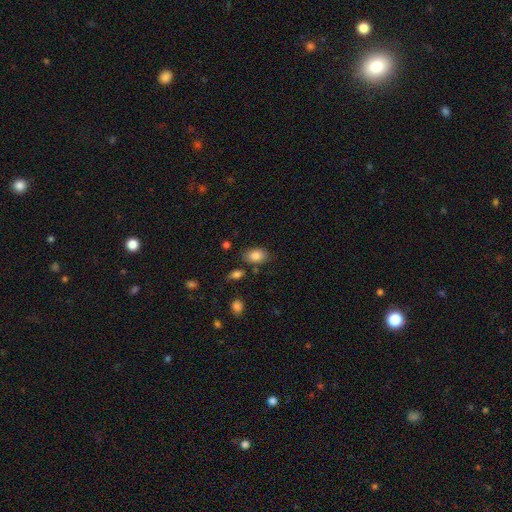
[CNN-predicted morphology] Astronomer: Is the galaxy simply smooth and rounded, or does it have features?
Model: smooth — 84%.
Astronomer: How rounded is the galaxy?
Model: in between — 84%.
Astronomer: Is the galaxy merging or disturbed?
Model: none — 78%.